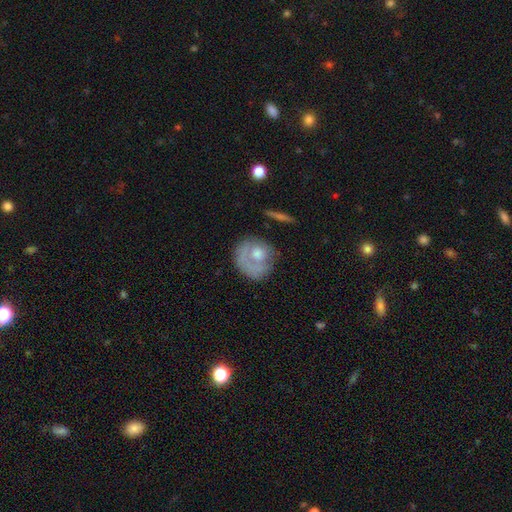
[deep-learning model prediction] smooth_or_featured: smooth (p=0.48) [alt: featured or disk p=0.45]
merging: none (p=0.53) [alt: major disturbance p=0.22]